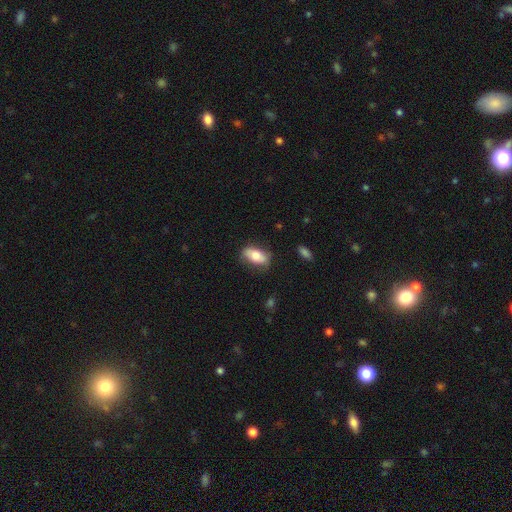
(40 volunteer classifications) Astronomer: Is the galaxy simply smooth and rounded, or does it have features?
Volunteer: smooth — 68%.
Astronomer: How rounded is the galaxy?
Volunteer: in between — 78%.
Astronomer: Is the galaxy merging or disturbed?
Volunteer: none — 78%.